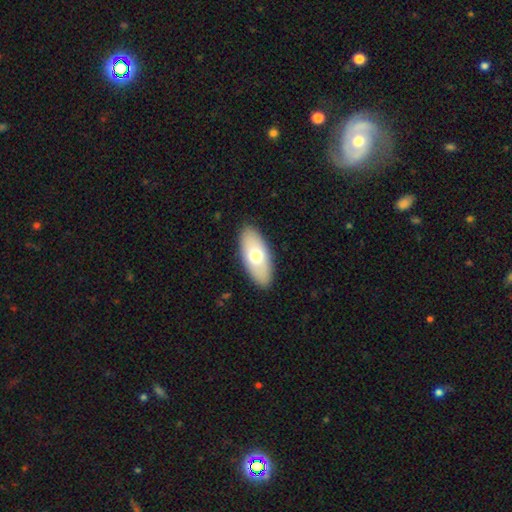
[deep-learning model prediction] Smooth or featured? Predicted: smooth (p=0.67). How rounded? Predicted: in between (p=0.88). Merging? Predicted: none (p=0.89).